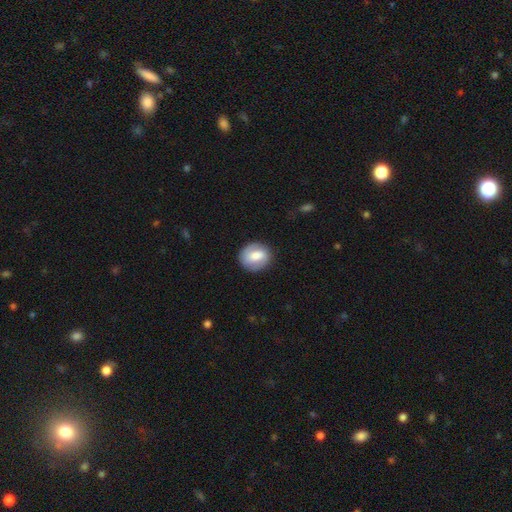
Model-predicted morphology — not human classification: This appears to be a smooth galaxy with no disk features (65%) that is round (66%). Merging: none (83%).